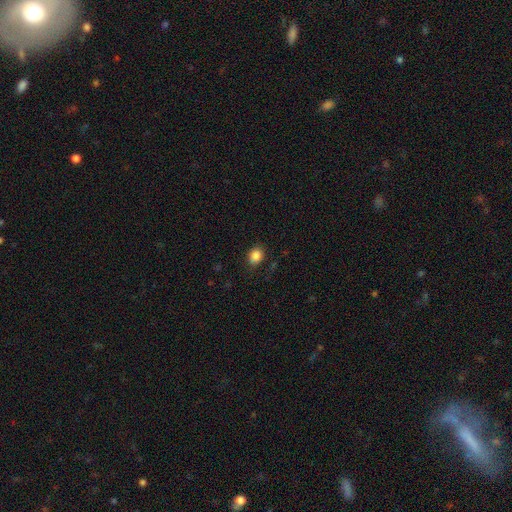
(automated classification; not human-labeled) Overall: smooth (86%). How rounded: in between (55%; round 44%). Merging: none (85%).